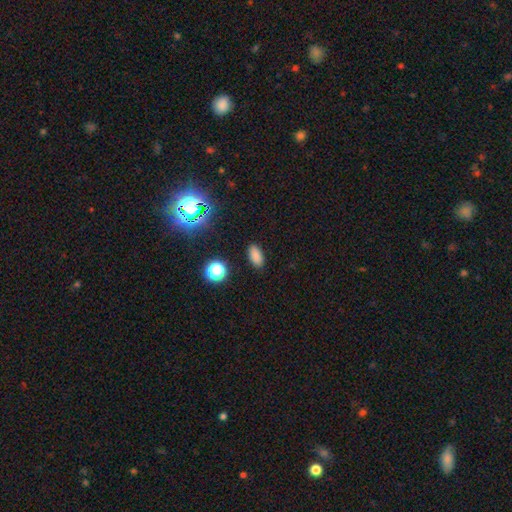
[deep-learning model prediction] smooth-or-featured: smooth: 80% | star or artifact: 16% | featured or disk: 4%
  how-rounded: in between: 89% | round: 6% | cigar-shaped: 5%
  merging: none: 88% | minor disturbance: 8% | major disturbance: 3% | merger: 1%